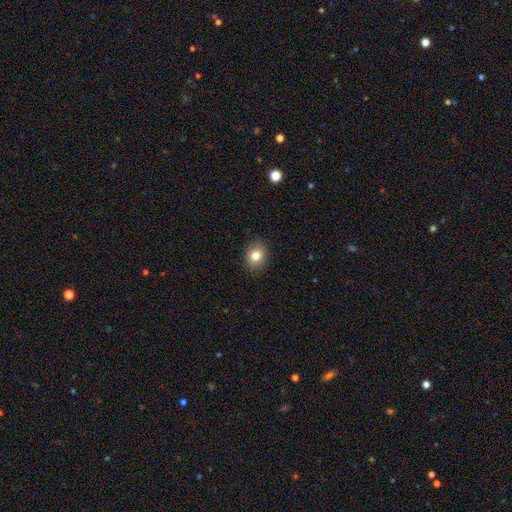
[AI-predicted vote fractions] The model was most divided on "how rounded": in between: 54%, round: 45%, cigar-shaped: 1%. More confident: merging — none (88%); smooth or featured — smooth (81%).